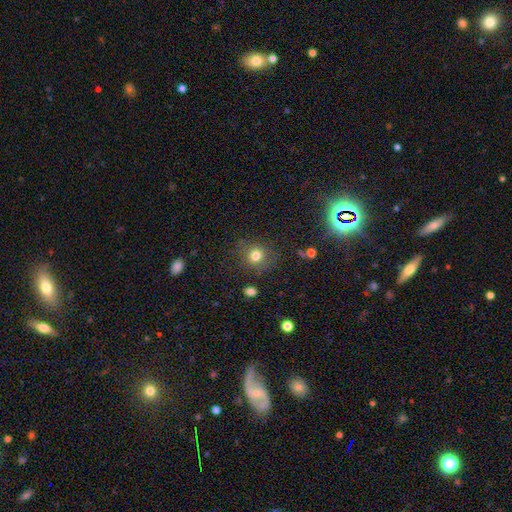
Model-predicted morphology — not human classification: smooth-or-featured: smooth: 78% | star or artifact: 14% | featured or disk: 8%
  how-rounded: round: 81% | in between: 18% | cigar-shaped: 1%
  merging: none: 80% | minor disturbance: 13% | major disturbance: 5% | merger: 2%